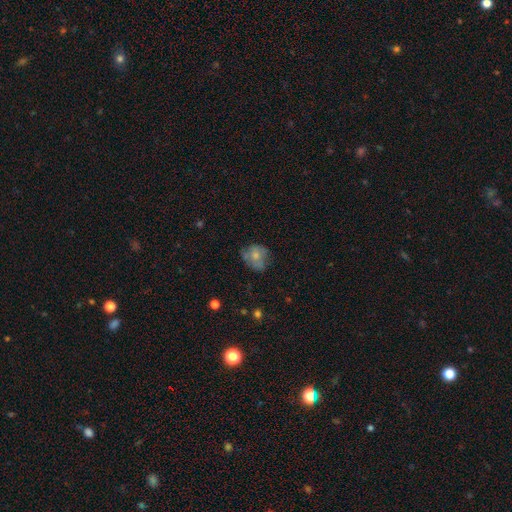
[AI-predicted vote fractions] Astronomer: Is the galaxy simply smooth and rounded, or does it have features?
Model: smooth — 63%.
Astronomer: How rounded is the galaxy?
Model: round — 64%.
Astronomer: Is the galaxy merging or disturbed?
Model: none — 54%.